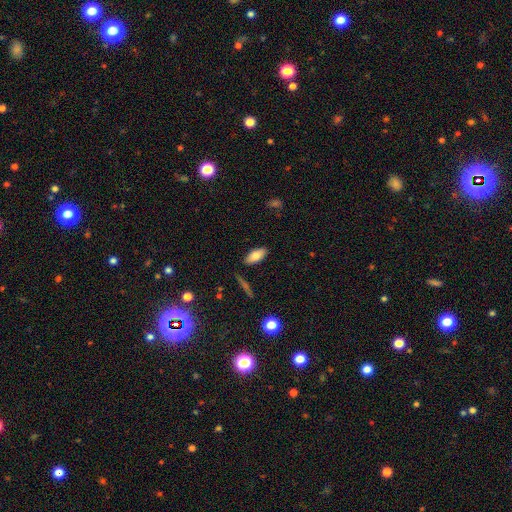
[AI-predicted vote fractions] This appears to be a smooth galaxy with no disk features (82%) that is in between round and cigar-shaped (86%). Merging: none (86%).